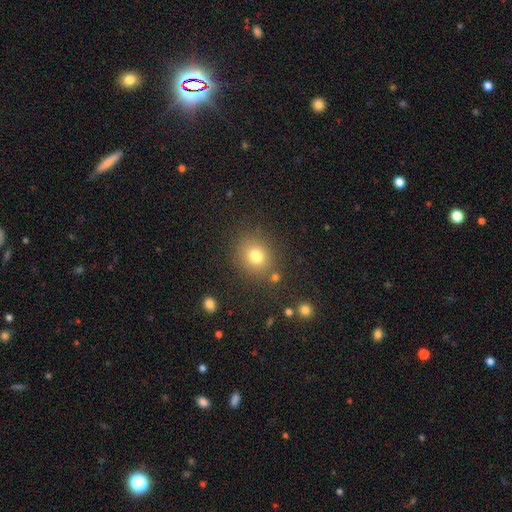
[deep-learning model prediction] A smooth galaxy with no disk features (76%) that is round (72%).

Vote fractions:
- Smooth or featured? smooth: 76% / star or artifact: 15% / featured or disk: 9%
- How rounded? round: 72% / in between: 27% / cigar-shaped: 1%
- Merging? none: 80% / minor disturbance: 11% / merger: 5% / major disturbance: 4%